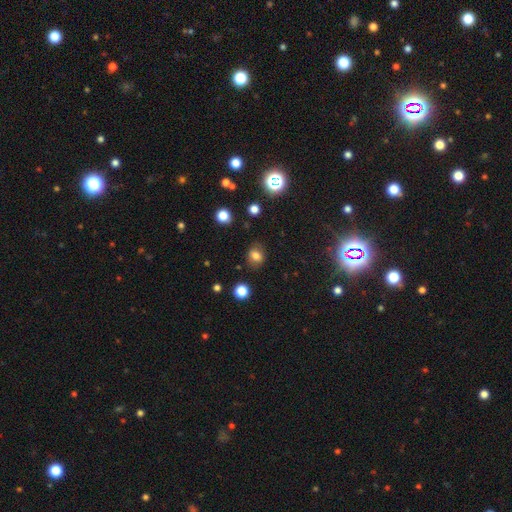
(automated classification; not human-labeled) This is likely a smooth galaxy (76%). How rounded: possibly round (51%). Merging: likely none (79%).